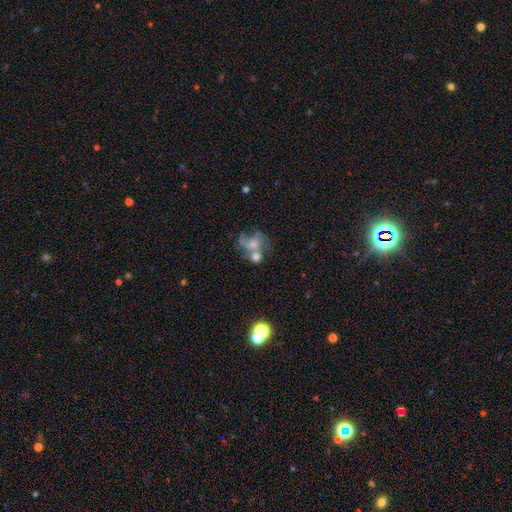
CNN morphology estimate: Smooth or featured? Predicted: featured or disk (p=0.46). Merging? Predicted: merger (p=0.41).